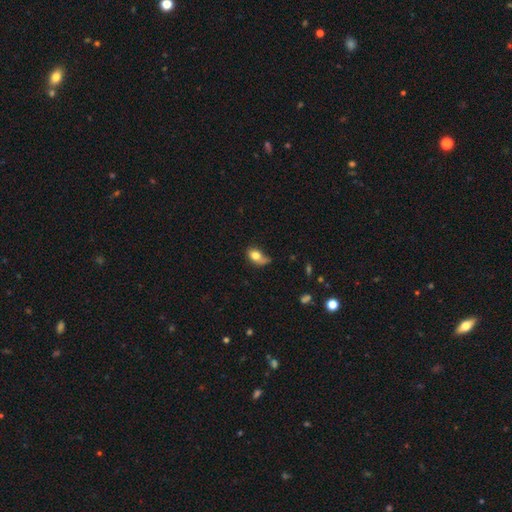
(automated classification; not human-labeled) Overall: smooth (76%). How rounded: in between (76%). Merging: minor disturbance (36%; none 35%).